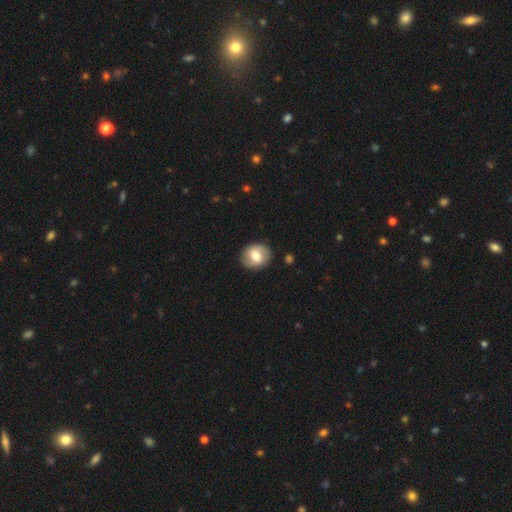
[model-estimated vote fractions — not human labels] Smooth or featured?
  - smooth: 61% *
  - featured or disk: 32%
  - star or artifact: 7%
How rounded?
  - round: 69% *
  - in between: 30%
  - cigar-shaped: 1%
Merging?
  - none: 87% *
  - minor disturbance: 9%
  - major disturbance: 3%
  - merger: 1%